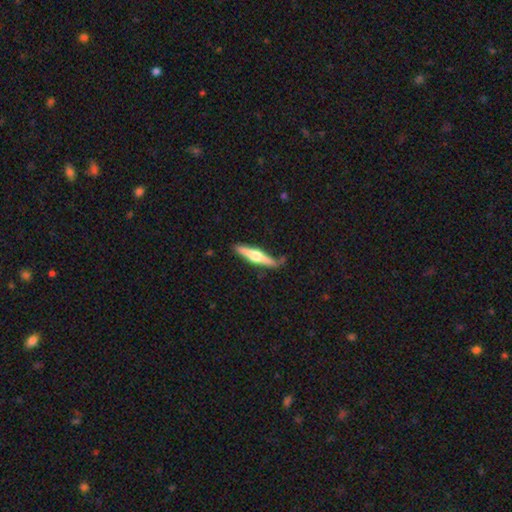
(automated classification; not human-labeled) Q: Smooth or featured?
A: featured or disk (63%); runner-up: smooth (32%)
Q: Edge-on disk?
A: yes (97%); runner-up: no (3%)
Q: Edge-on bulge?
A: rounded (92%); runner-up: boxy (5%)
Q: Merging?
A: none (83%); runner-up: minor disturbance (12%)